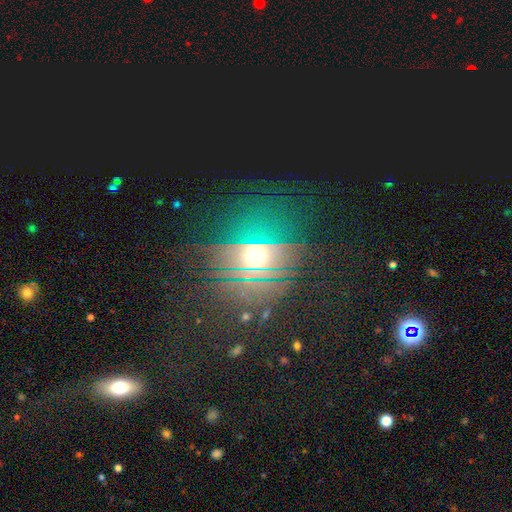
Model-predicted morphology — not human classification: type=star or artifact (41%).